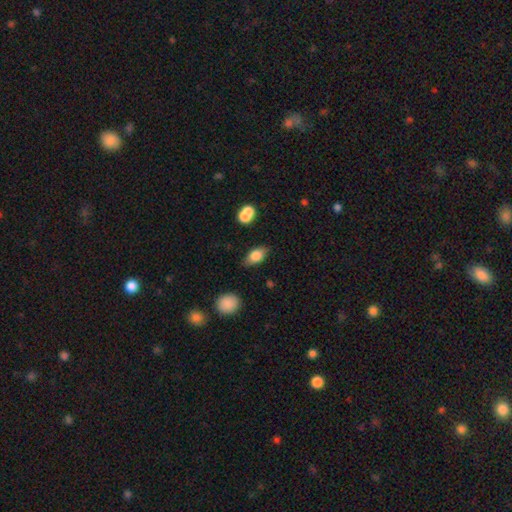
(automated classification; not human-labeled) This appears to be a smooth galaxy with no disk features (79%) that is in between round and cigar-shaped (86%). Merging: none (79%).